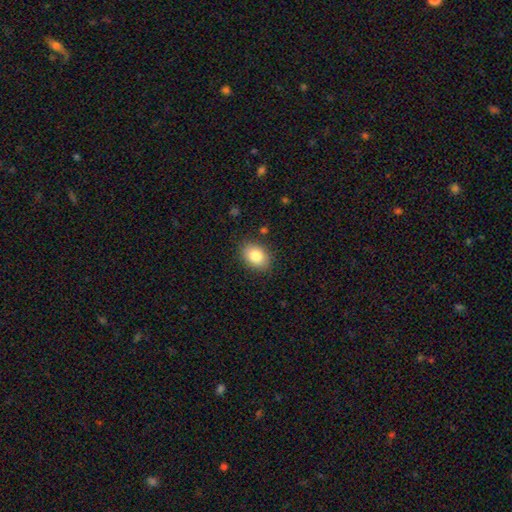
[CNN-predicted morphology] Smooth or featured?
  - smooth: 84% *
  - featured or disk: 9%
  - star or artifact: 8%
How rounded?
  - in between: 78% *
  - round: 21%
  - cigar-shaped: 1%
Merging?
  - none: 85% *
  - minor disturbance: 11%
  - major disturbance: 3%
  - merger: 1%